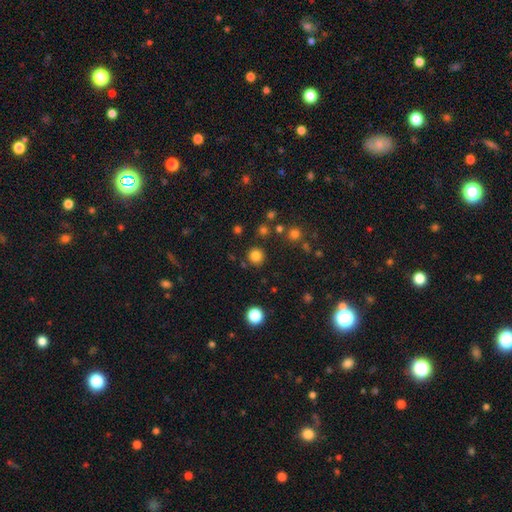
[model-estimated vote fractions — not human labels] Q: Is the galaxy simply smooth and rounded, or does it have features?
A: smooth — 82%.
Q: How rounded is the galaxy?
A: round — 94%.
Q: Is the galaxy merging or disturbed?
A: none — 88%.